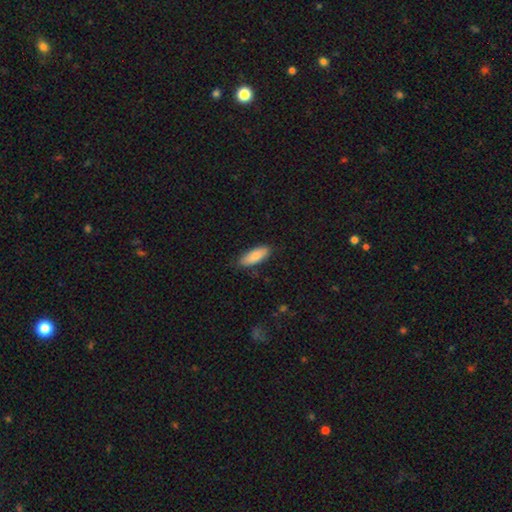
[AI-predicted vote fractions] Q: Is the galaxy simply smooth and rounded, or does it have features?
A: smooth — 83%.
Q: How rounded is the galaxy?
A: in between — 72%.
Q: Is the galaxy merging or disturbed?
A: none — 83%.